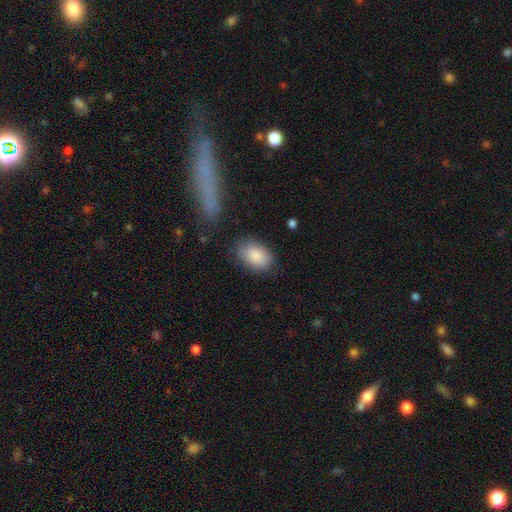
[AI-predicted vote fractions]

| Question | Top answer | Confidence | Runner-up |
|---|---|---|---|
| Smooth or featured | smooth | 87% | star or artifact (7%) |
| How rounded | in between | 88% | round (11%) |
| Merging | none | 76% | minor disturbance (17%) |